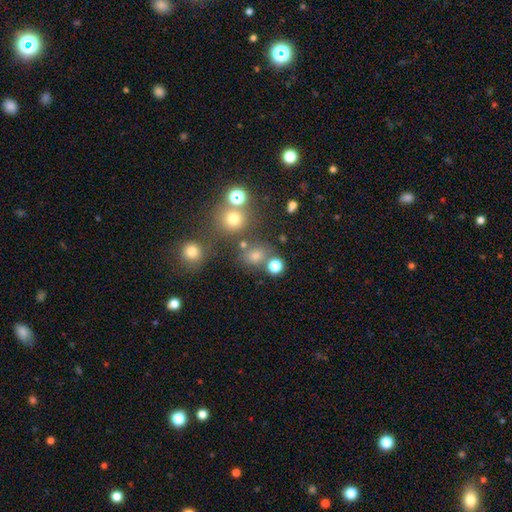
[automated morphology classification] A smooth galaxy with no disk features (70%) that is round (72%). Merging: none (68%).